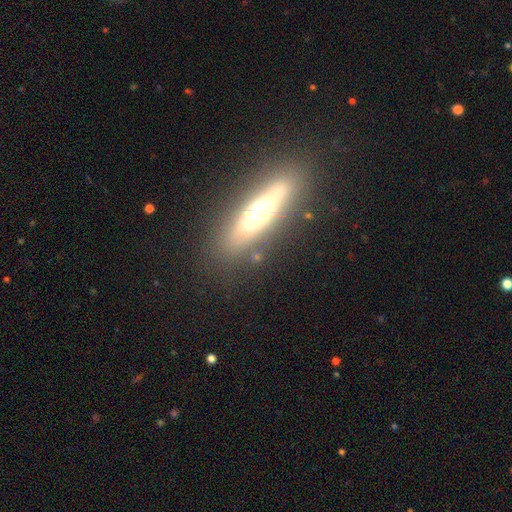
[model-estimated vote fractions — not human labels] smooth-or-featured: featured or disk: 56% | smooth: 34% | star or artifact: 9%
  disk-edge-on: yes: 77% | no: 23%
  merging: none: 79% | minor disturbance: 13% | major disturbance: 5% | merger: 3%